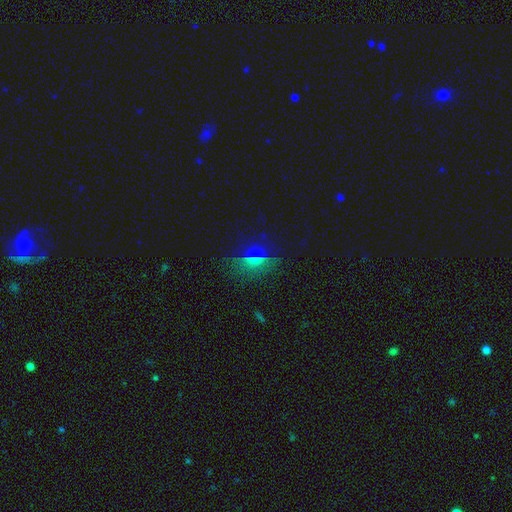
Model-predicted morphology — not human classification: Q: Smooth or featured?
A: smooth (51%); runner-up: star or artifact (35%)
Q: How rounded?
A: in between (48%); runner-up: round (44%)
Q: Merging?
A: none (80%); runner-up: minor disturbance (12%)